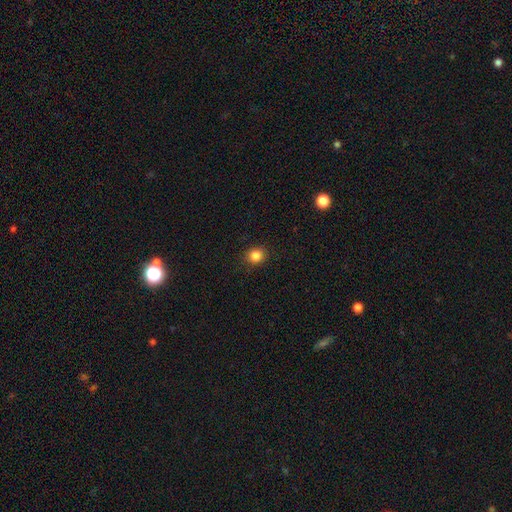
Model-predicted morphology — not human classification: smooth 85%, star or artifact 11%, featured or disk 4%. Down the decision tree: how rounded — round (81%); merging — none (90%).